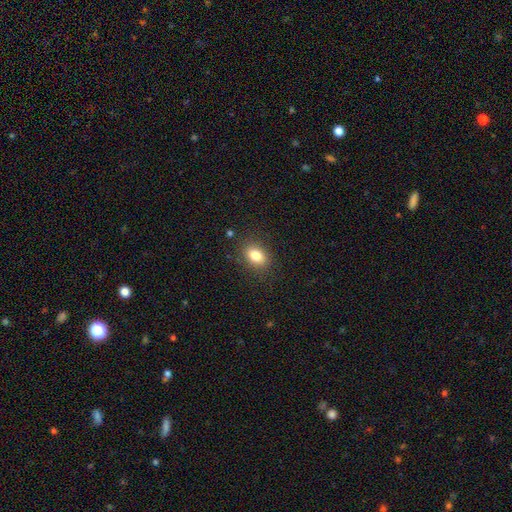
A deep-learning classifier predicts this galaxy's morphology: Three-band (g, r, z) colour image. It shows a smooth galaxy with no disk features (81%) that is in between round and cigar-shaped (72%). Merging: none (85%).